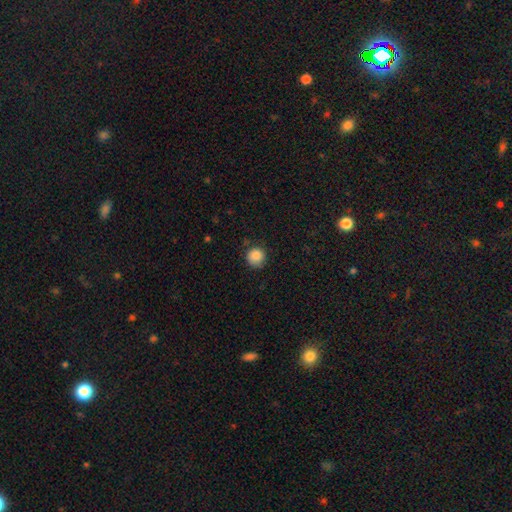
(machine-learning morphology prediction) A smooth galaxy with no disk features (87%) that is round (93%).

Vote fractions:
- Smooth or featured? smooth: 87% / star or artifact: 9% / featured or disk: 4%
- How rounded? round: 93% / in between: 6% / cigar-shaped: 1%
- Merging? none: 80% / minor disturbance: 16% / major disturbance: 3% / merger: 1%